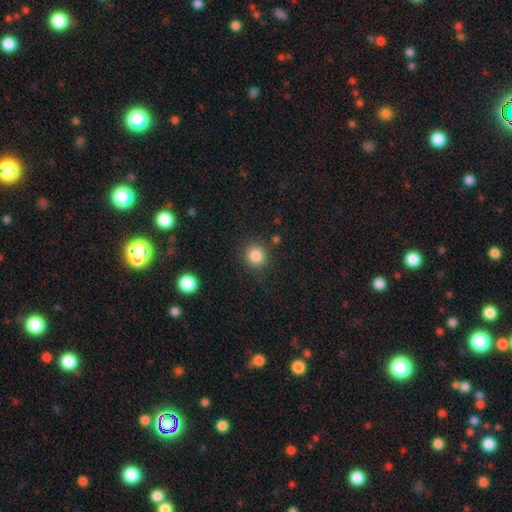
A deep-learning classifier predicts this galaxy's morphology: smooth_or_featured: smooth (p=0.85) [alt: star or artifact p=0.10]
how_rounded: round (p=0.90) [alt: in between p=0.09]
merging: none (p=0.87) [alt: minor disturbance p=0.08]